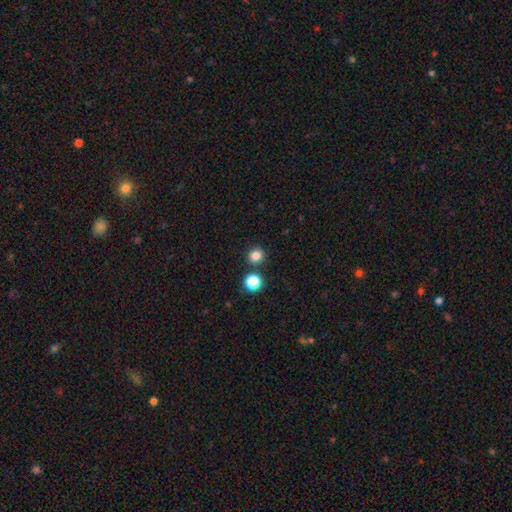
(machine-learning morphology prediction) A smooth galaxy with no disk features (82%) that is round (85%).

Vote fractions:
- Smooth or featured? smooth: 82% / star or artifact: 14% / featured or disk: 4%
- How rounded? round: 85% / in between: 14% / cigar-shaped: 1%
- Merging? none: 82% / merger: 8% / minor disturbance: 7% / major disturbance: 3%